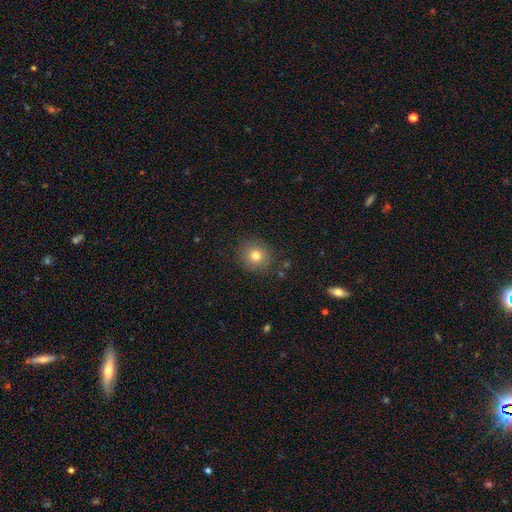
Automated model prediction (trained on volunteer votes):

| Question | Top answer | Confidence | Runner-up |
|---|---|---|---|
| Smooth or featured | smooth | 77% | star or artifact (13%) |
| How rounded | round | 91% | in between (8%) |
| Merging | none | 87% | minor disturbance (9%) |